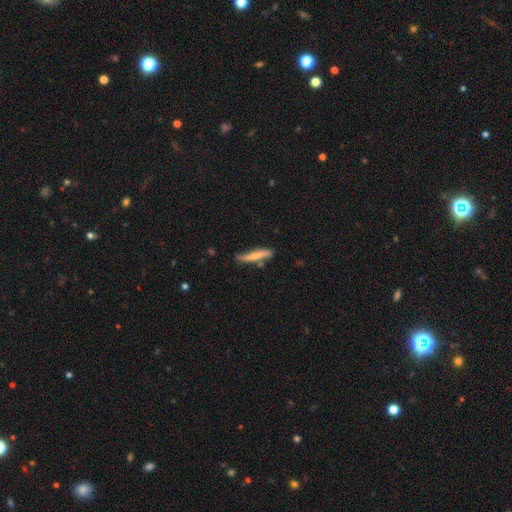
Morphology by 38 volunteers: type=smooth (76%); roundness=cigar-shaped (90%); merging=minor disturbance (47%).